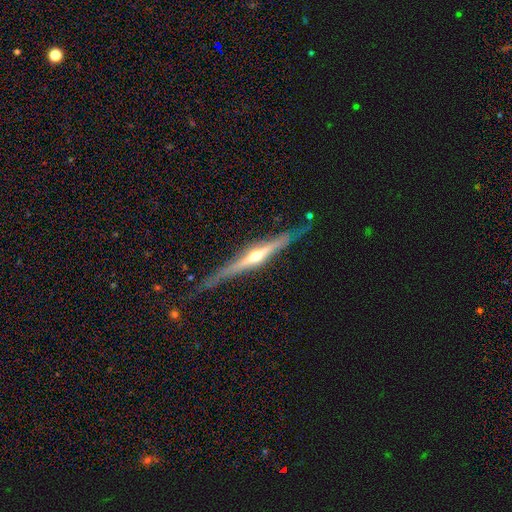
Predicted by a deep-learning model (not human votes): Morphology: type=featured or disk (81%); edge-on=yes (97%); edge-on bulge=rounded (89%); merging=none (78%).